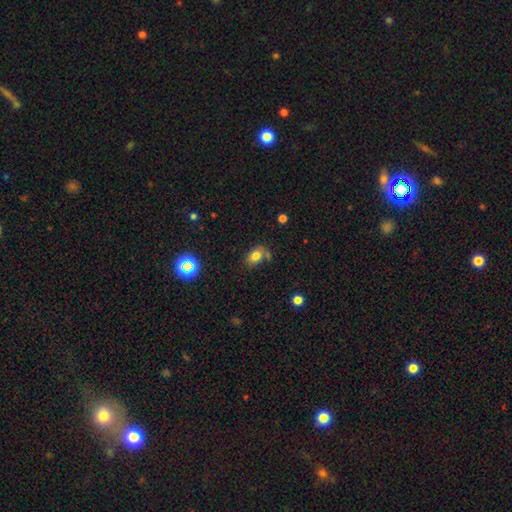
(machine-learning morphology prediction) Smooth or featured?
  - smooth: 77% *
  - star or artifact: 12%
  - featured or disk: 11%
How rounded?
  - in between: 80% *
  - round: 19%
  - cigar-shaped: 1%
Merging?
  - none: 63% *
  - minor disturbance: 20%
  - merger: 11%
  - major disturbance: 6%